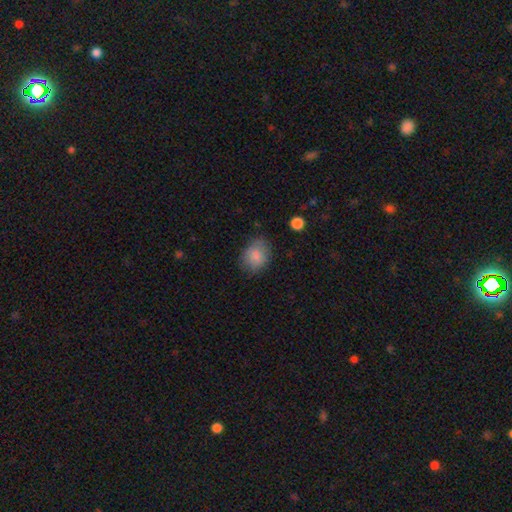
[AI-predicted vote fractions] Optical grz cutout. It shows a smooth galaxy with no disk features (84%) that is in between round and cigar-shaped (56%). Merging: none (72%).